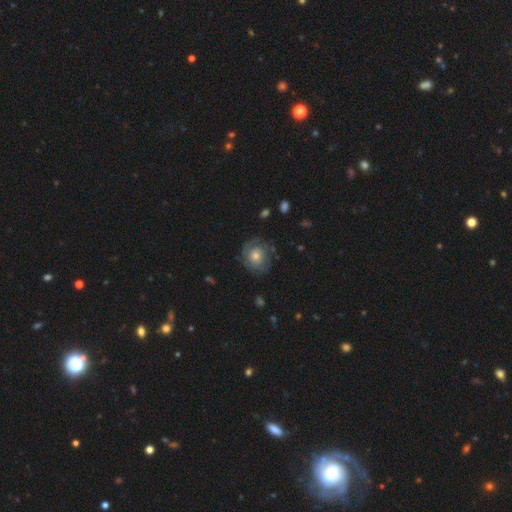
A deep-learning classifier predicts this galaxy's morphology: Q: Smooth or featured?
A: featured or disk (56%); runner-up: smooth (35%)
Q: Edge-on disk?
A: no (97%); runner-up: yes (3%)
Q: Bar?
A: no (83%); runner-up: weak (14%)
Q: Spiral arms?
A: yes (75%); runner-up: no (25%)
Q: Bulge size?
A: moderate (58%); runner-up: small (31%)
Q: Merging?
A: none (72%); runner-up: minor disturbance (18%)